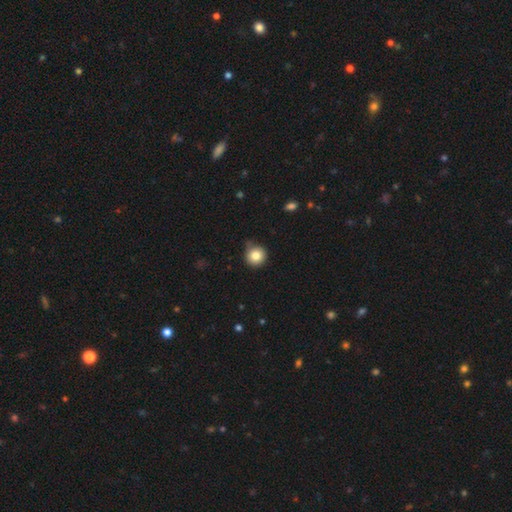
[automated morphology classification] Smooth or featured? Predicted: smooth (p=0.82). How rounded? Predicted: round (p=0.94). Merging? Predicted: none (p=0.77).